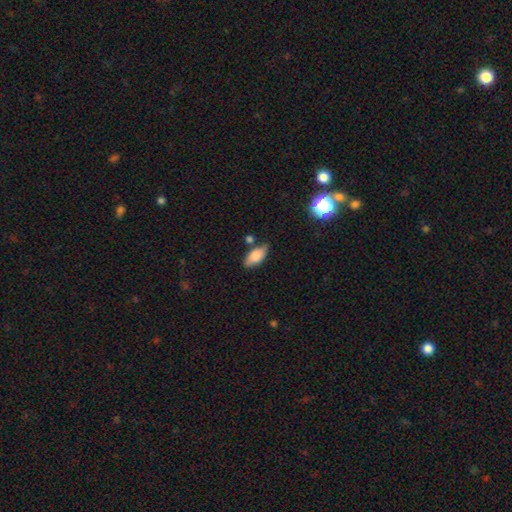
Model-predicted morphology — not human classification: The model was most divided on "merging": none: 70%, minor disturbance: 19%, merger: 7%, major disturbance: 4%. More confident: how rounded — in between (89%); smooth or featured — smooth (81%).